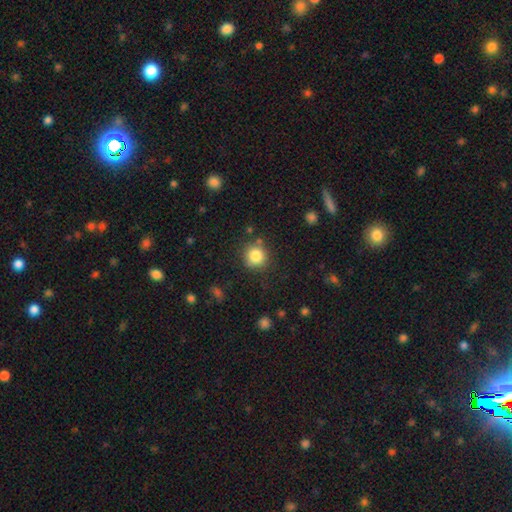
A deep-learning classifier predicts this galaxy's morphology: Overall: smooth (83%). How rounded: round (91%). Merging: none (82%).